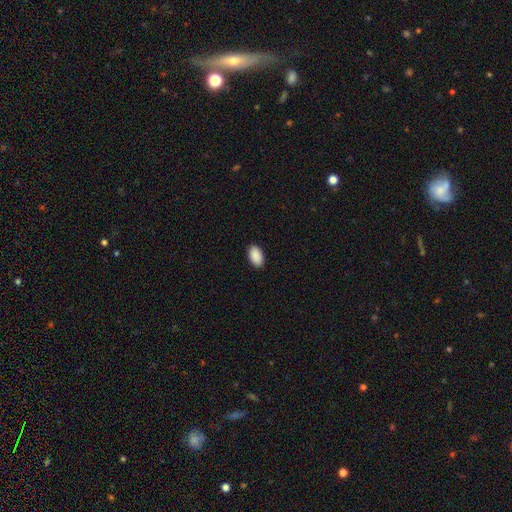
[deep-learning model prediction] Smooth or featured? smooth (91%)
How rounded? in between (94%)
Merging? none (90%)